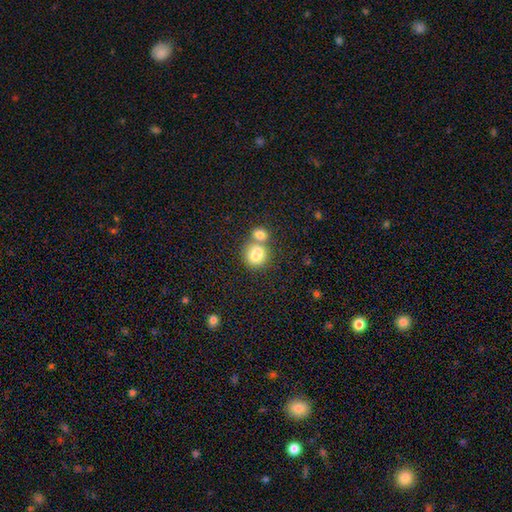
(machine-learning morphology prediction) type=smooth (80%); roundness=round (74%); merging=merger (48%).